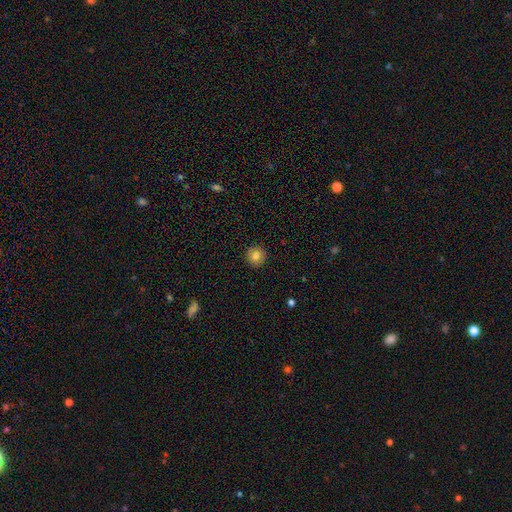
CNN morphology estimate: This is clearly a smooth galaxy (83%). How rounded: clearly round (95%). Merging: clearly none (92%).